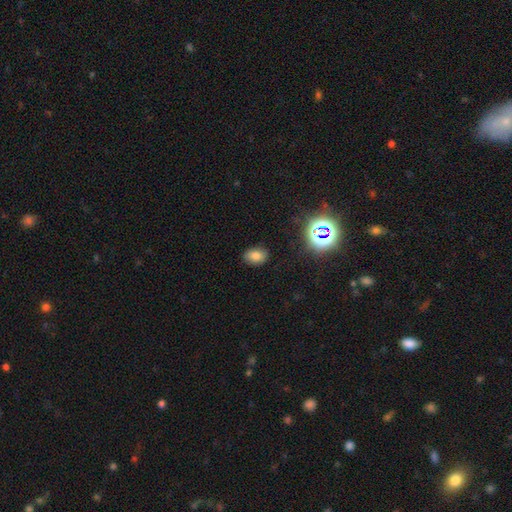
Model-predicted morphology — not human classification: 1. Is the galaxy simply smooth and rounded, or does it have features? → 75% smooth, 16% star or artifact, 8% featured or disk.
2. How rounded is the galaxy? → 78% in between, 21% round, 1% cigar-shaped.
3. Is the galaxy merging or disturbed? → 85% none, 11% minor disturbance, 3% major disturbance, 1% merger.